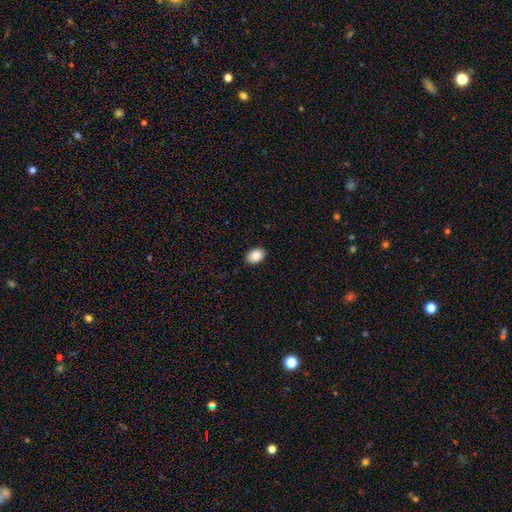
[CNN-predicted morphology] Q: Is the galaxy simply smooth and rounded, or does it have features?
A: smooth — 89%.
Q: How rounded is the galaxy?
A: in between — 79%.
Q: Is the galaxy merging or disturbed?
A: none — 89%.